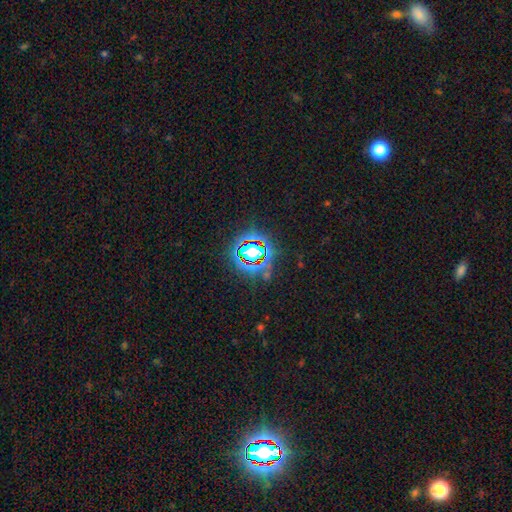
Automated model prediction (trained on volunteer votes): star or artifact 73%, smooth 15%, featured or disk 11%.